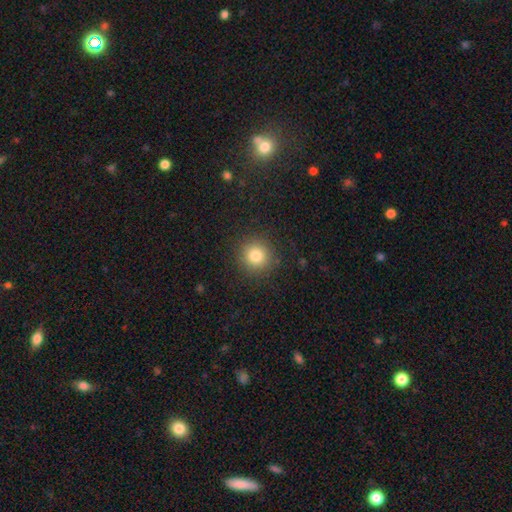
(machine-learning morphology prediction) The model was most divided on "smooth or featured": smooth: 81%, star or artifact: 12%, featured or disk: 7%. More confident: how rounded — round (93%); merging — none (89%).